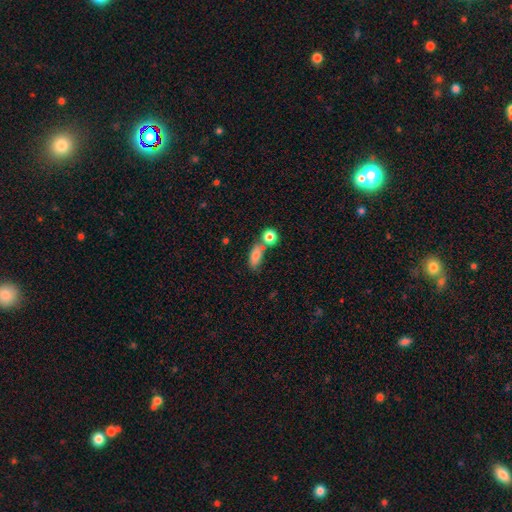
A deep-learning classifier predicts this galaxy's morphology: A smooth galaxy with no disk features (80%) that is in between round and cigar-shaped (77%).

Vote fractions:
- Smooth or featured? smooth: 80% / featured or disk: 10% / star or artifact: 10%
- How rounded? in between: 77% / cigar-shaped: 13% / round: 10%
- Merging? none: 51% / merger: 29% / minor disturbance: 14% / major disturbance: 6%